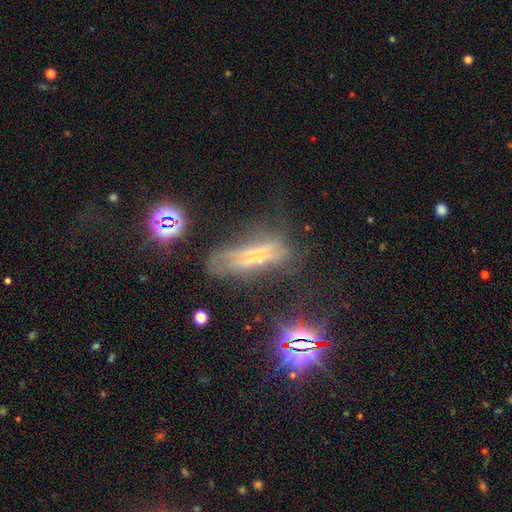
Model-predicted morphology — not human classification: Smooth or featured? smooth (39%, tied with featured or disk)
Merging? none (39%)